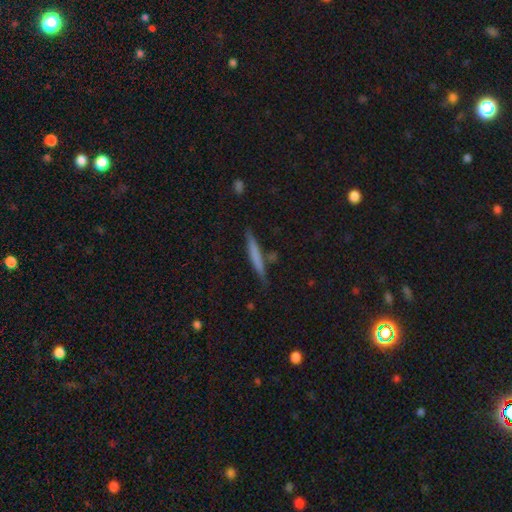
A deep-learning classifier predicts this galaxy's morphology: Smooth or featured? smooth (64%)
How rounded? cigar-shaped (95%)
Merging? none (81%)